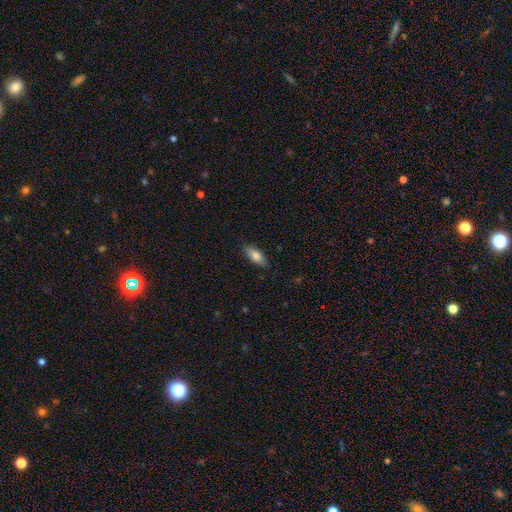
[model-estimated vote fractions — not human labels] Smooth or featured? smooth (79%)
How rounded? in between (74%)
Merging? none (85%)